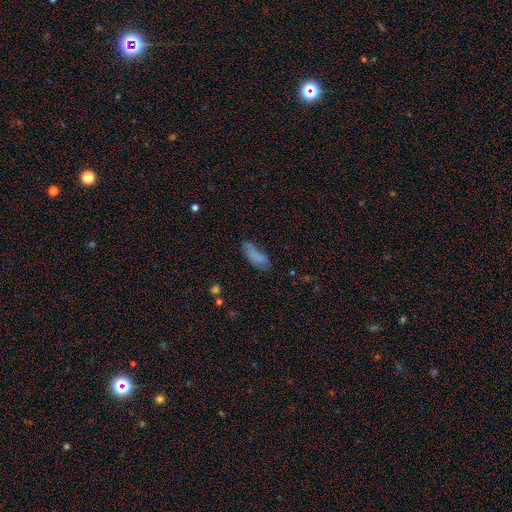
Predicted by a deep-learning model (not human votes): Smooth or featured?
  - smooth: 72% *
  - featured or disk: 18%
  - star or artifact: 11%
How rounded?
  - in between: 70% *
  - cigar-shaped: 28%
  - round: 2%
Merging?
  - none: 47% *
  - minor disturbance: 31%
  - major disturbance: 16%
  - merger: 5%